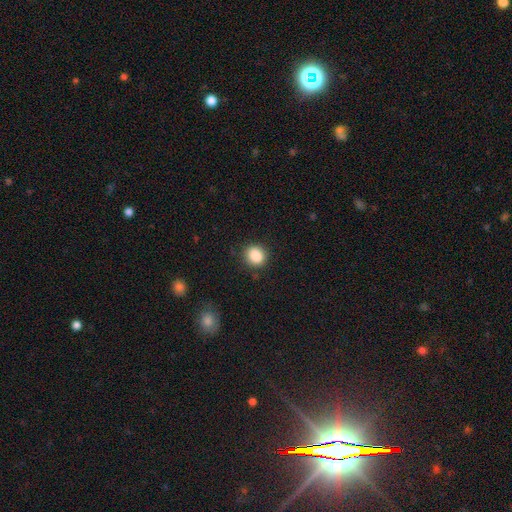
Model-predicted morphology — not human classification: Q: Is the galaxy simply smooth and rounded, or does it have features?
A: smooth — 87%.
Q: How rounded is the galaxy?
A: round — 79%.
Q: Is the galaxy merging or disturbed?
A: none — 86%.